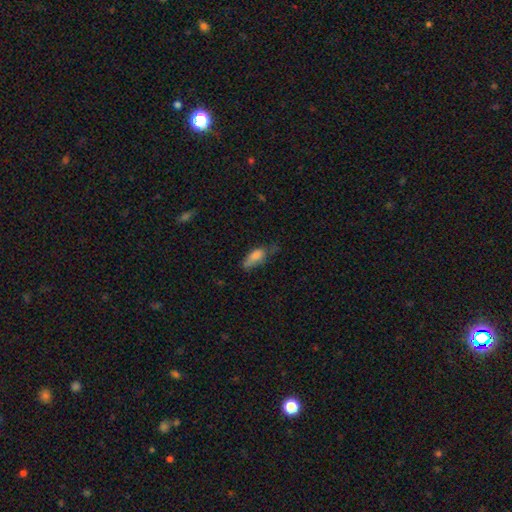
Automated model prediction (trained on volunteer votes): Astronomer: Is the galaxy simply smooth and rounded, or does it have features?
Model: smooth — 74%.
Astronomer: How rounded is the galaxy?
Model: in between — 73%.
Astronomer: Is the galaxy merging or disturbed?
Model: minor disturbance — 38% (runner-up: none, 35%).